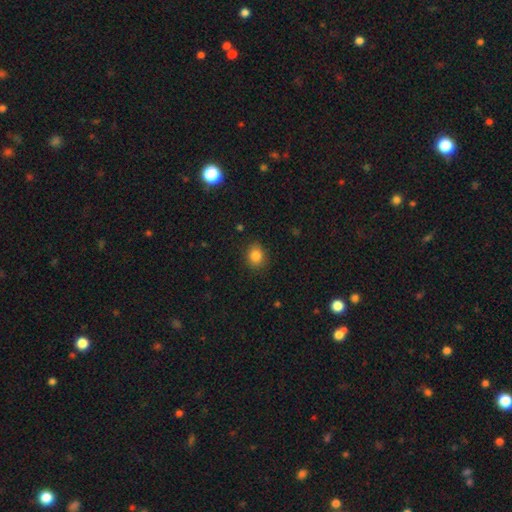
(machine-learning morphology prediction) Smooth or featured? Predicted: smooth (p=0.84). How rounded? Predicted: round (p=0.66). Merging? Predicted: none (p=0.88).